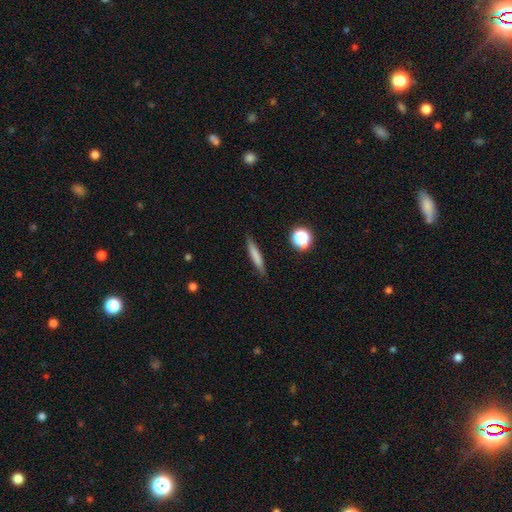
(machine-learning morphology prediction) Smooth or featured? Predicted: smooth (p=0.71). How rounded? Predicted: cigar-shaped (p=0.91). Merging? Predicted: none (p=0.86).